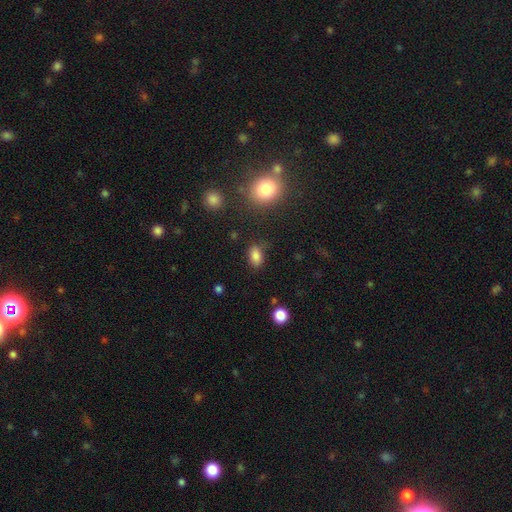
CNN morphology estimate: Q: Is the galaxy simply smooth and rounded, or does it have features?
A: smooth — 84%.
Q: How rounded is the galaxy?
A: in between — 87%.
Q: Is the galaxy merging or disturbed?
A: none — 77%.